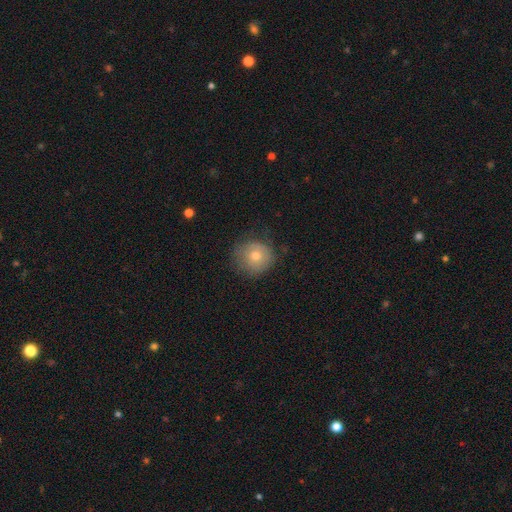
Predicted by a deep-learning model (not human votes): The model was most divided on "smooth or featured": smooth: 68%, featured or disk: 21%, star or artifact: 11%. More confident: how rounded — round (91%); merging — none (74%).